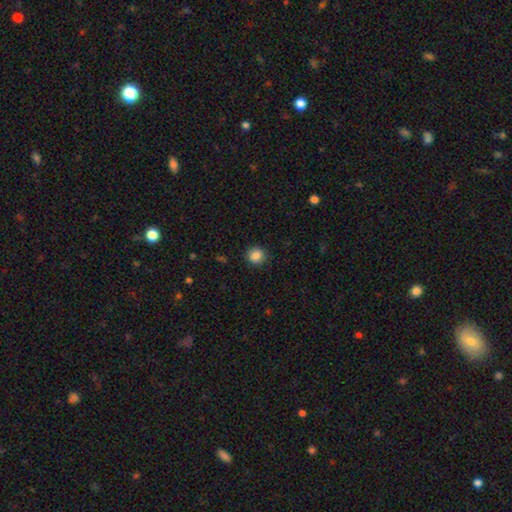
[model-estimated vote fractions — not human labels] A smooth galaxy with no disk features (86%) that is round (91%). Merging: none (89%).